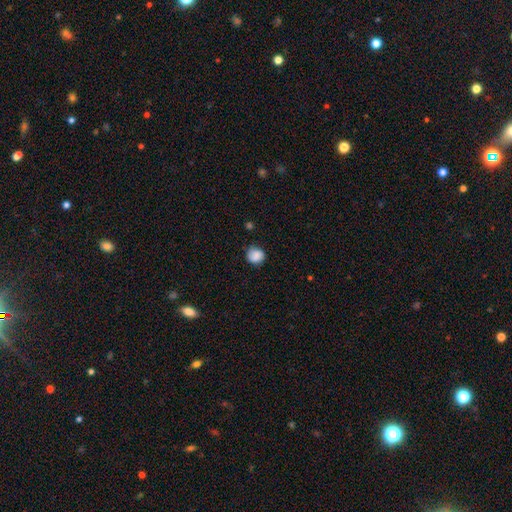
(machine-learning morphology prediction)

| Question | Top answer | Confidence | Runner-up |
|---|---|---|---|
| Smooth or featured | smooth | 84% | star or artifact (8%) |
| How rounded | round | 84% | in between (15%) |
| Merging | none | 72% | minor disturbance (22%) |